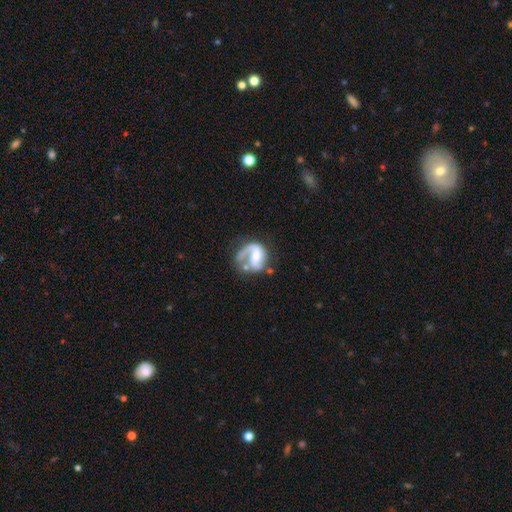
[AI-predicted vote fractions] Smooth or featured? Predicted: featured or disk (p=0.78). Edge-on disk? Predicted: no (p=0.98). Bar? Predicted: weak (p=0.43). Spiral arms? Predicted: yes (p=0.90). Spiral winding? Predicted: medium (p=0.41, tied with loose). Spiral arm count? Predicted: 1 (p=0.52). Bulge size? Predicted: small (p=0.42). Merging? Predicted: none (p=0.40).